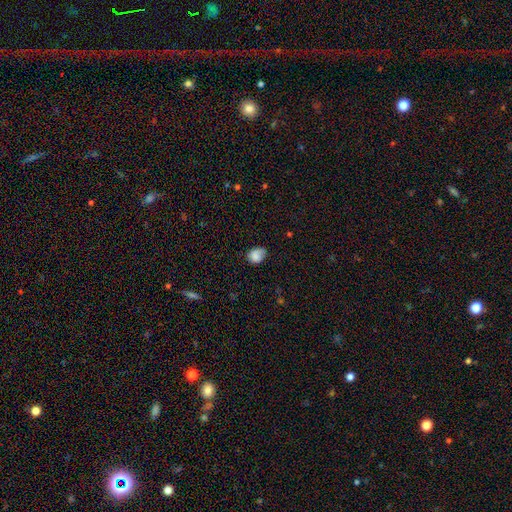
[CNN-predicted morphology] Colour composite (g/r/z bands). It shows a smooth galaxy with no disk features (79%) that is in between round and cigar-shaped (58%). Merging: none (52%).